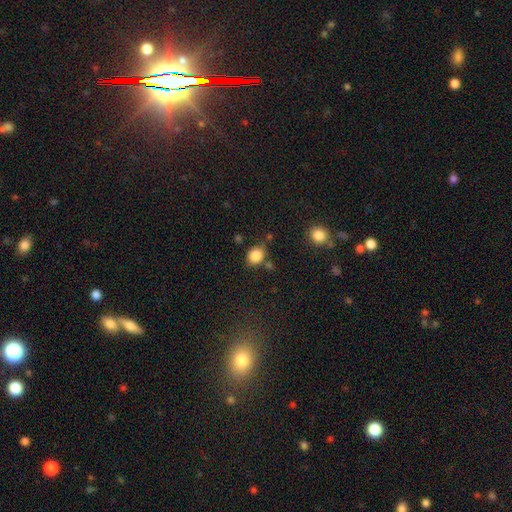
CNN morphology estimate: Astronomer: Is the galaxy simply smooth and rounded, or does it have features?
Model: smooth — 86%.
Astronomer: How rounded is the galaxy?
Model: round — 55% (runner-up: in between, 43%).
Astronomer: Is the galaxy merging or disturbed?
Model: none — 67%.